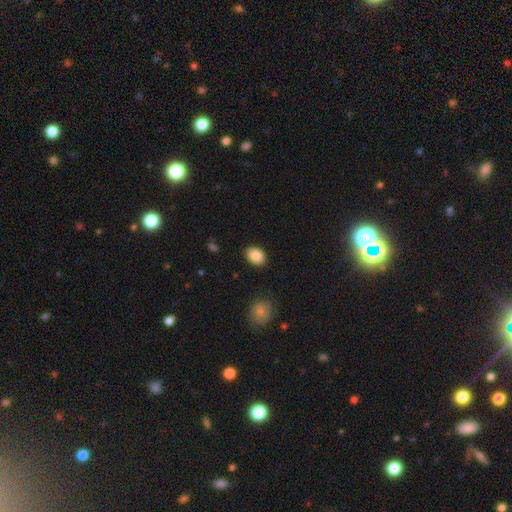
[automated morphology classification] smooth_or_featured: smooth (p=0.87) [alt: star or artifact p=0.08]
how_rounded: in between (p=0.75) [alt: round p=0.24]
merging: none (p=0.87) [alt: minor disturbance p=0.09]